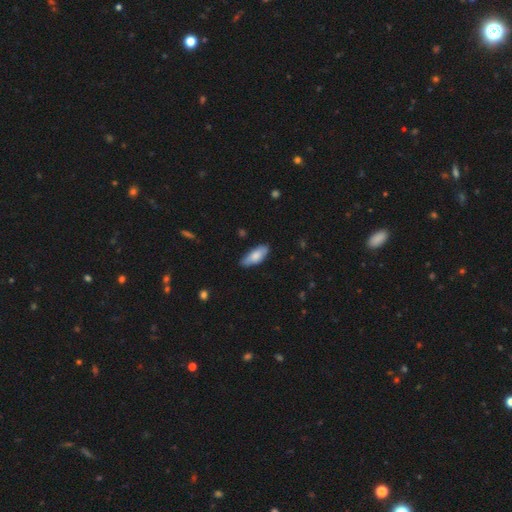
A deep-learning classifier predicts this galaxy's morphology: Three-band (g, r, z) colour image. It shows a smooth galaxy with no disk features (77%) that is in between round and cigar-shaped (75%). Merging: none (79%).